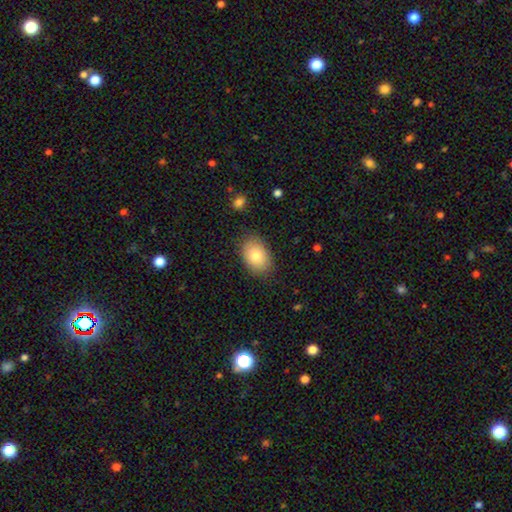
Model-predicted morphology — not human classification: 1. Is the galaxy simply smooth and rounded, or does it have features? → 79% smooth, 13% featured or disk, 8% star or artifact.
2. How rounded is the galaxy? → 83% in between, 16% round, 1% cigar-shaped.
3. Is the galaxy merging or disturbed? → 83% none, 12% minor disturbance, 3% major disturbance, 1% merger.